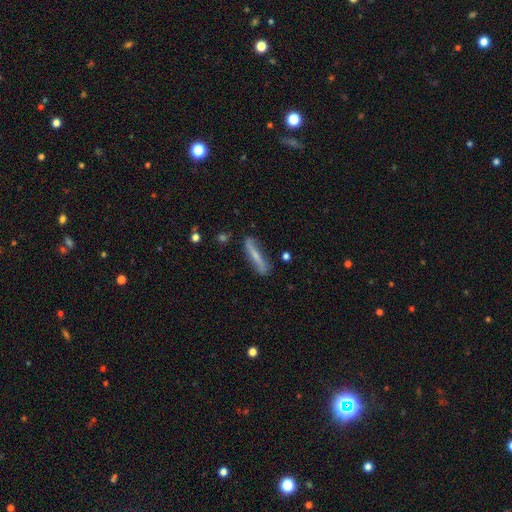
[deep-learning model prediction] smooth_or_featured: featured or disk (p=0.54) [alt: smooth p=0.39]
disk_edge_on: yes (p=0.57) [alt: no p=0.43]
merging: none (p=0.72) [alt: minor disturbance p=0.20]